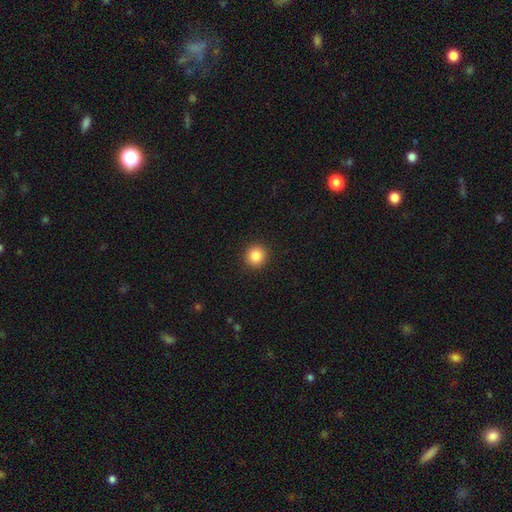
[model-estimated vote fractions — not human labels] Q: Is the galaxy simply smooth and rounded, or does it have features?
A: smooth — 86%.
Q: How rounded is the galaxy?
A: round — 93%.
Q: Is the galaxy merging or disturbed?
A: none — 92%.